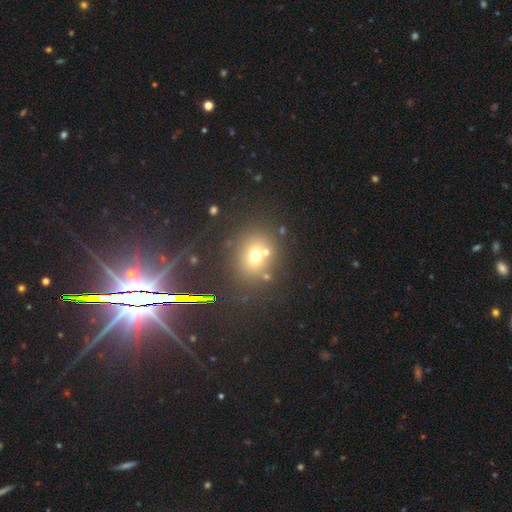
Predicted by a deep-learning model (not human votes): Smooth or featured? smooth (62%)
How rounded? round (67%)
Merging? none (67%)